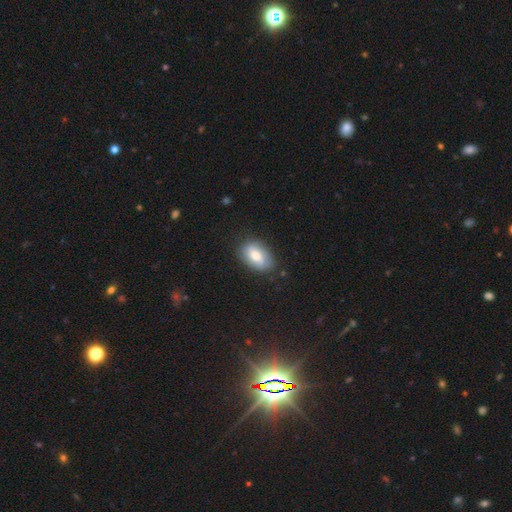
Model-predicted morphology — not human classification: smooth 51%, featured or disk 42%, star or artifact 7%. Down the decision tree: how rounded — in between (88%); merging — none (75%).